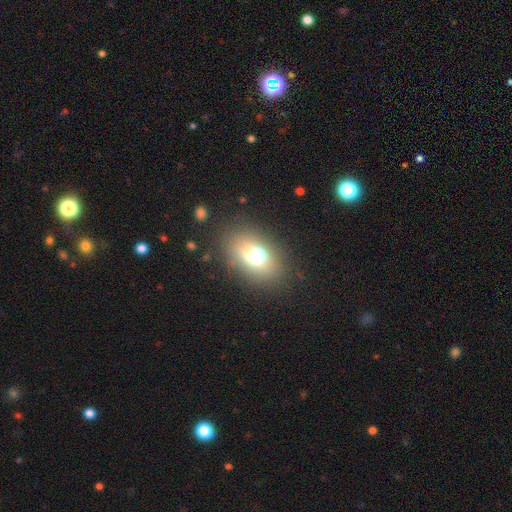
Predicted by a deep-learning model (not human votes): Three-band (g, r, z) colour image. It shows a smooth galaxy with no disk features (59%) that is in between round and cigar-shaped (73%). Merging: none (76%).